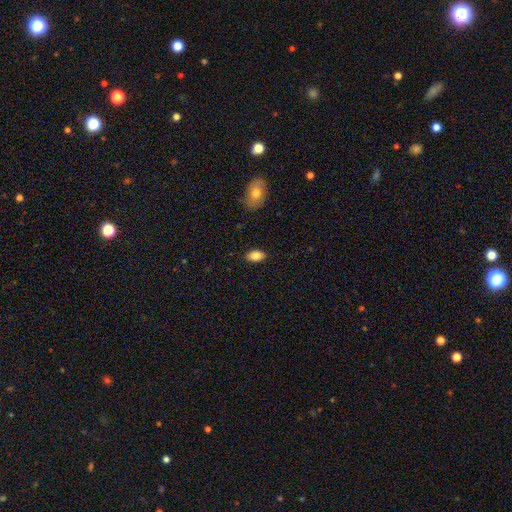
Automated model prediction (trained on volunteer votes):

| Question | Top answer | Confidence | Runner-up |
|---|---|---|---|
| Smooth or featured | smooth | 83% | featured or disk (9%) |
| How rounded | in between | 91% | round (7%) |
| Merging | none | 87% | minor disturbance (10%) |